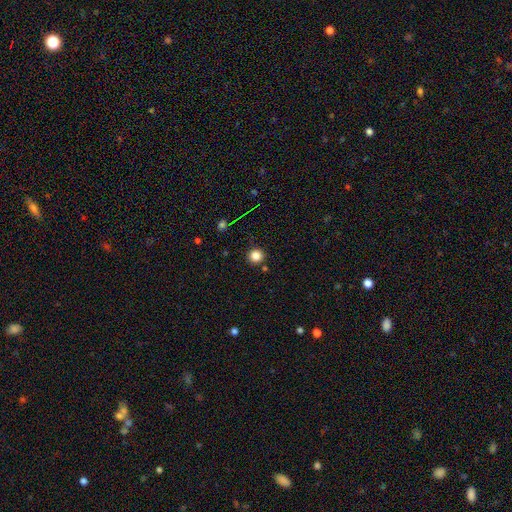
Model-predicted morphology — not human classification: Overall: smooth (83%). How rounded: round (93%). Merging: none (88%).